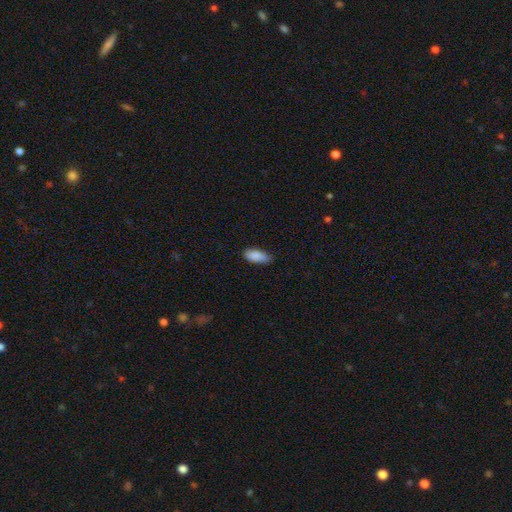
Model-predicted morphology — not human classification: A smooth galaxy with no disk features (86%) that is in between round and cigar-shaped (86%).

Vote fractions:
- Smooth or featured? smooth: 86% / featured or disk: 7% / star or artifact: 7%
- How rounded? in between: 86% / cigar-shaped: 12% / round: 2%
- Merging? none: 70% / minor disturbance: 25% / major disturbance: 3% / merger: 1%